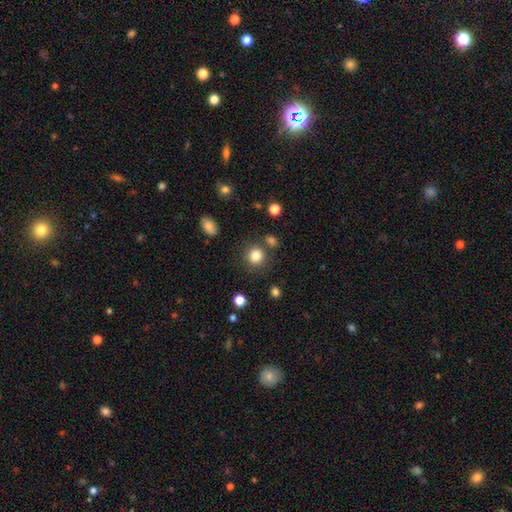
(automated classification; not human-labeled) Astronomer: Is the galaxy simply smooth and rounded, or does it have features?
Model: smooth — 84%.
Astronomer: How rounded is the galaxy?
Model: round — 89%.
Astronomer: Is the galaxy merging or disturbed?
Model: none — 81%.